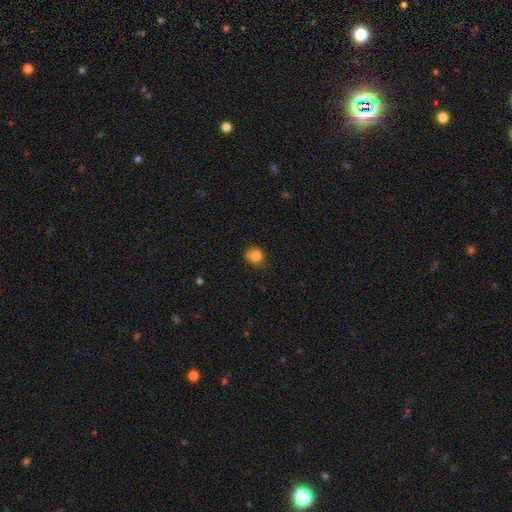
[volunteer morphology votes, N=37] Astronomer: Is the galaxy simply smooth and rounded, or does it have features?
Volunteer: smooth — 89%.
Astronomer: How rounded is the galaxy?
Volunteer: round — 82%.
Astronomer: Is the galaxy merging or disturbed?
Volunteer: none — 42%, tied with minor disturbance at 42%.